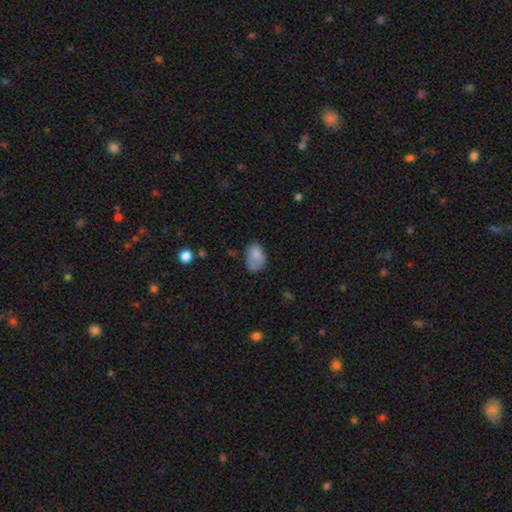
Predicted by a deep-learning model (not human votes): smooth-or-featured: smooth: 79% | featured or disk: 12% | star or artifact: 9%
  how-rounded: in between: 84% | round: 15% | cigar-shaped: 1%
  merging: none: 49% | minor disturbance: 32% | major disturbance: 14% | merger: 4%